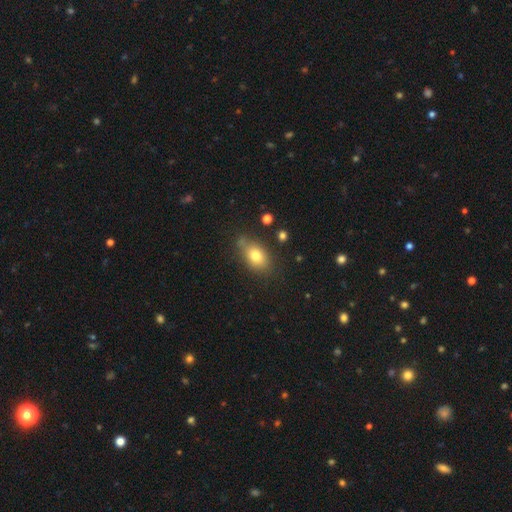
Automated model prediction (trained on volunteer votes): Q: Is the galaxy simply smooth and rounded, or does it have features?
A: smooth — 77%.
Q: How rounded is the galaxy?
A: in between — 81%.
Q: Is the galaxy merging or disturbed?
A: none — 65%.